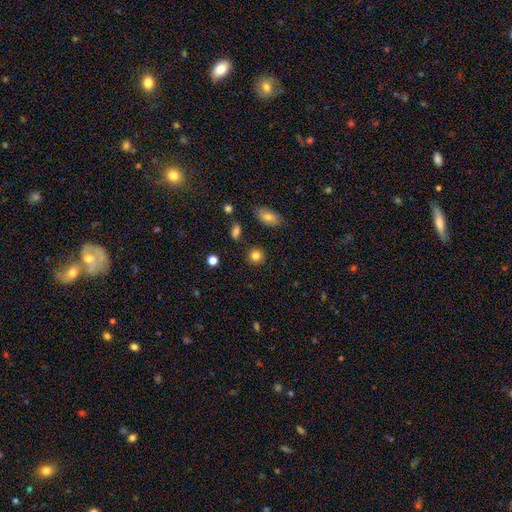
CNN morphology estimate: smooth 82%, star or artifact 11%, featured or disk 7%. Down the decision tree: how rounded — round (86%); merging — none (87%).